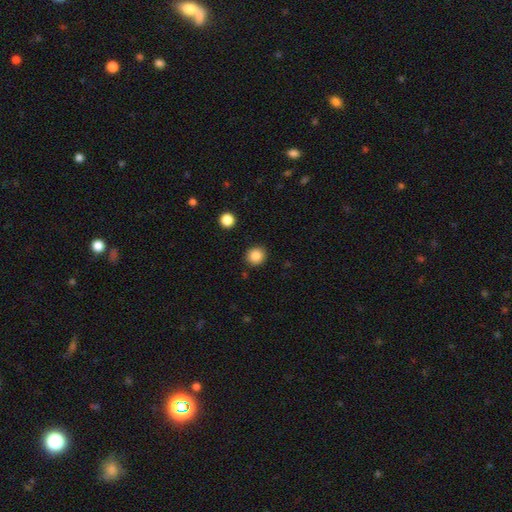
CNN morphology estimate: The model was most divided on "smooth or featured": smooth: 86%, star or artifact: 10%, featured or disk: 4%. More confident: merging — none (90%); how rounded — round (90%).